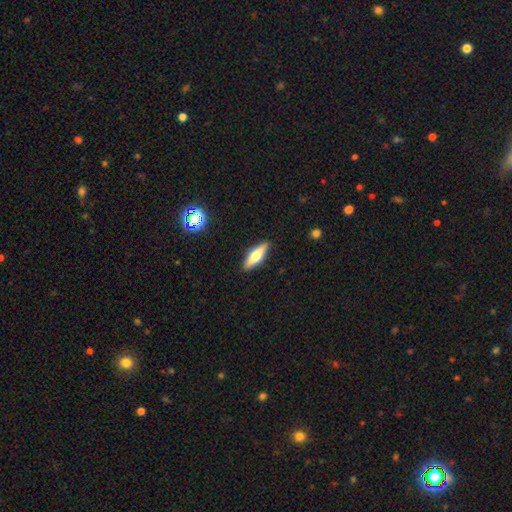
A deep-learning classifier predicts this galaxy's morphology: type=smooth (49%); merging=none (88%).